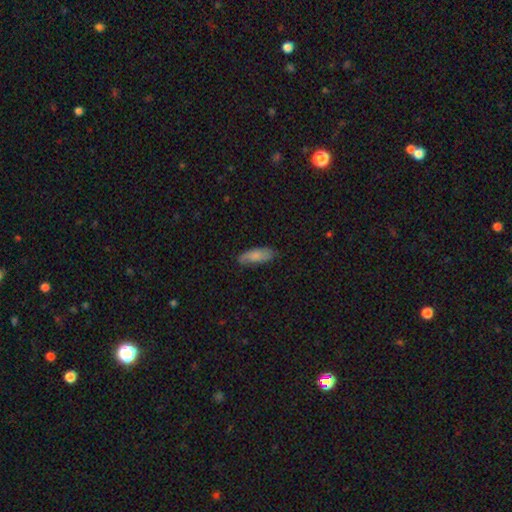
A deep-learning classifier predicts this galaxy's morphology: The model was most divided on "how rounded": in between: 69%, cigar-shaped: 29%, round: 2%. More confident: smooth or featured — smooth (75%); merging — none (74%).